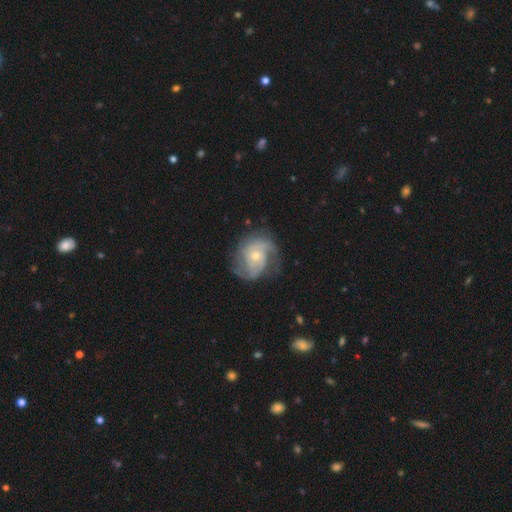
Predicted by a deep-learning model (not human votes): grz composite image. It shows a featured or disk galaxy (85%) with no bar (72%), 2 (45%) tight (43%) spiral arms (95%) and a small central bulge (50%). Merging: none (66%).